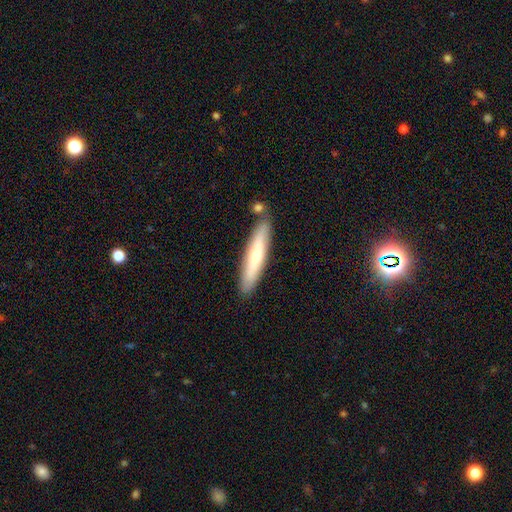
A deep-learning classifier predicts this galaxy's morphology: A smooth galaxy with no disk features (56%) that is cigar-shaped (89%). Merging: none (80%).